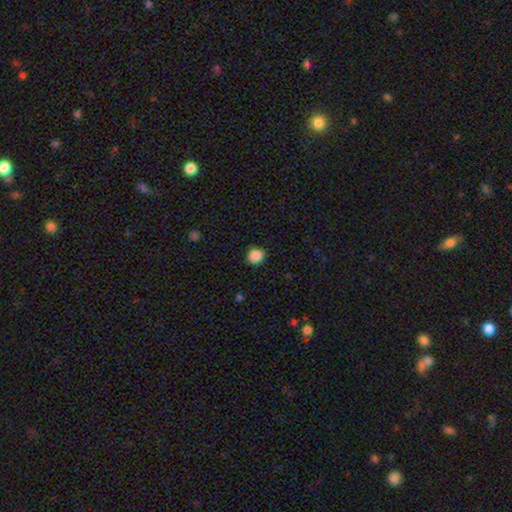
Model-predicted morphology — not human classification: smooth_or_featured: smooth (p=0.87) [alt: star or artifact p=0.10]
how_rounded: round (p=0.83) [alt: in between p=0.16]
merging: none (p=0.89) [alt: minor disturbance p=0.08]